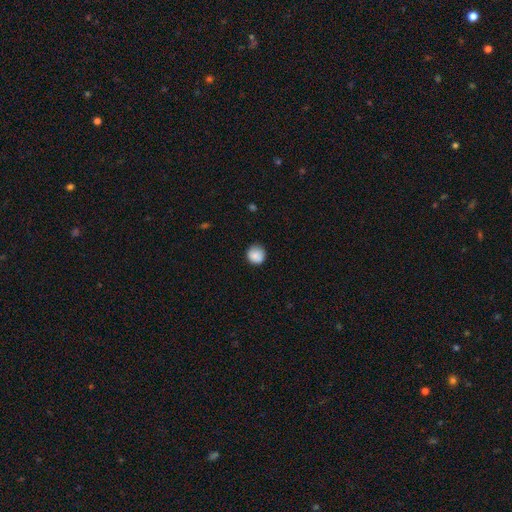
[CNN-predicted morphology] Smooth or featured: smooth — 87% (star or artifact — 8%)
How rounded: round — 92% (in between — 7%)
Merging: none — 82% (minor disturbance — 14%)